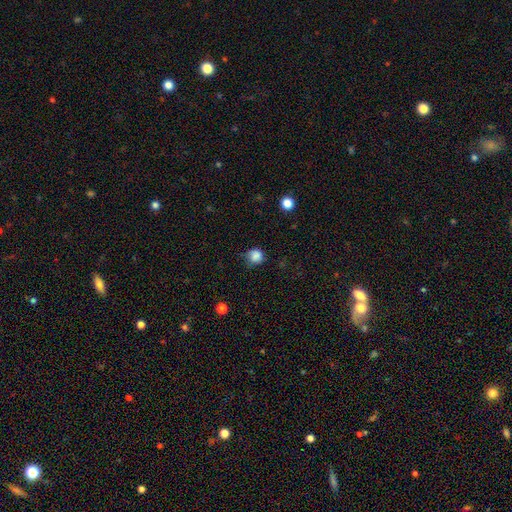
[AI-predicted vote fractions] smooth-or-featured: smooth: 85% | star or artifact: 11% | featured or disk: 5%
  how-rounded: round: 87% | in between: 13% | cigar-shaped: 1%
  merging: none: 65% | minor disturbance: 26% | major disturbance: 7% | merger: 2%